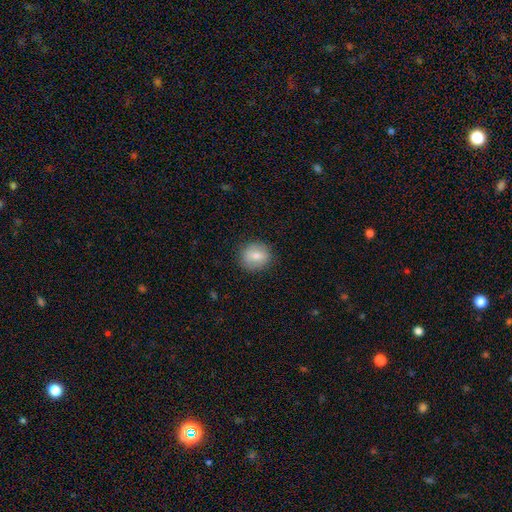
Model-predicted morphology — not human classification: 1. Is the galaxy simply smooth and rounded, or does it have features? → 79% smooth, 14% featured or disk, 8% star or artifact.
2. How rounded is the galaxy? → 77% round, 22% in between, 1% cigar-shaped.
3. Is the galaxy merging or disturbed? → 86% none, 10% minor disturbance, 3% major disturbance, 1% merger.